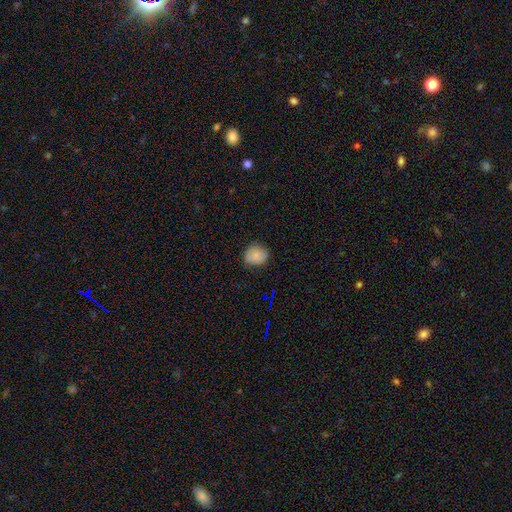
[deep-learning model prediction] smooth 84%, star or artifact 10%, featured or disk 7%. Down the decision tree: how rounded — round (68%); merging — none (75%).